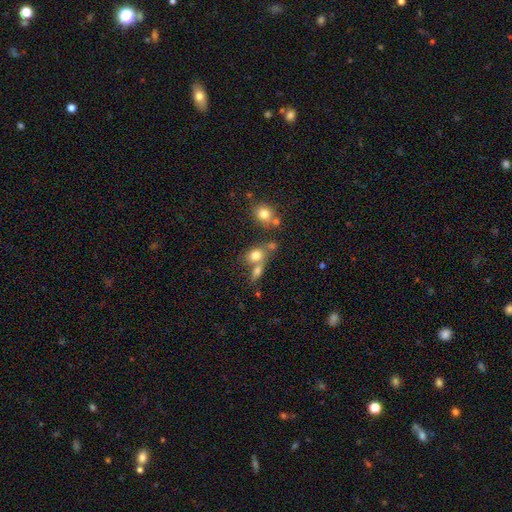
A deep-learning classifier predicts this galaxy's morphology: Smooth or featured? Predicted: smooth (p=0.75). How rounded? Predicted: in between (p=0.53). Merging? Predicted: merger (p=0.42).